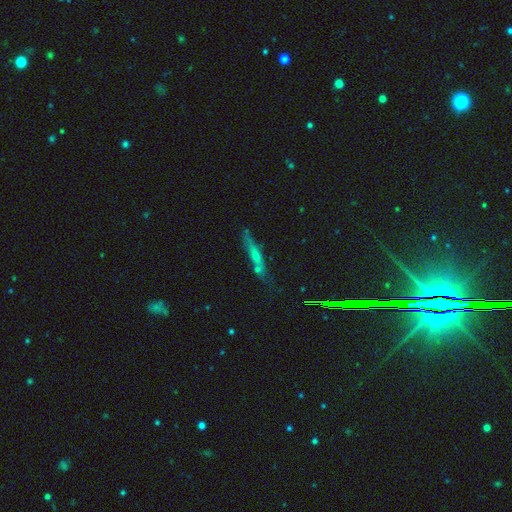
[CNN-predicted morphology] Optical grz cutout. It shows a featured or disk galaxy (47%). Merging: none (70%).